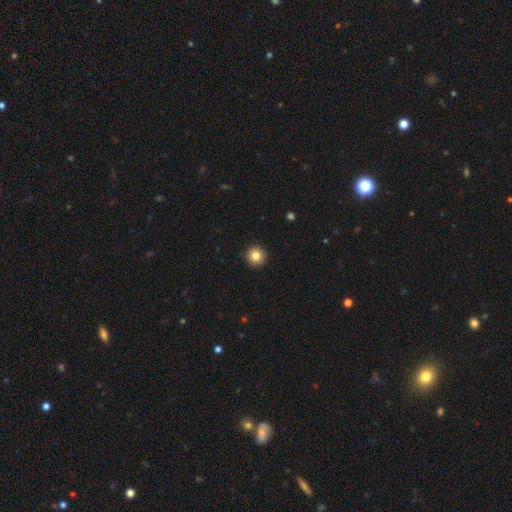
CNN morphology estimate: Overall: smooth (83%). How rounded: round (96%). Merging: none (94%).